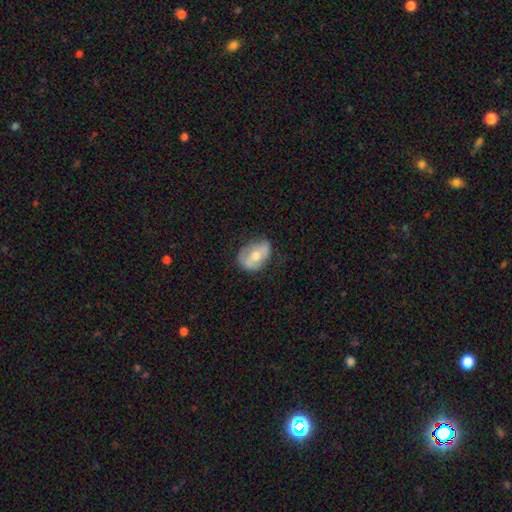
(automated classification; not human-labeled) Morphology: type=smooth (49%); merging=none (60%).